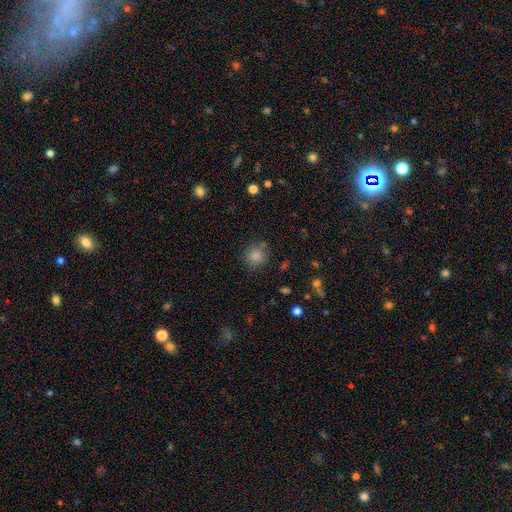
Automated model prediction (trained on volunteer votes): Smooth or featured?
  - smooth: 84% *
  - star or artifact: 11%
  - featured or disk: 5%
How rounded?
  - round: 91% *
  - in between: 8%
  - cigar-shaped: 1%
Merging?
  - none: 80% *
  - minor disturbance: 12%
  - merger: 4%
  - major disturbance: 4%